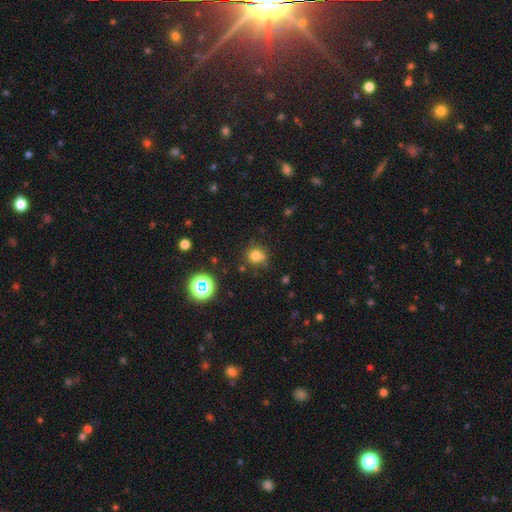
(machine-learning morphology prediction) Smooth or featured: smooth — 73% (star or artifact — 19%)
How rounded: round — 85% (in between — 14%)
Merging: none — 66% (minor disturbance — 17%)